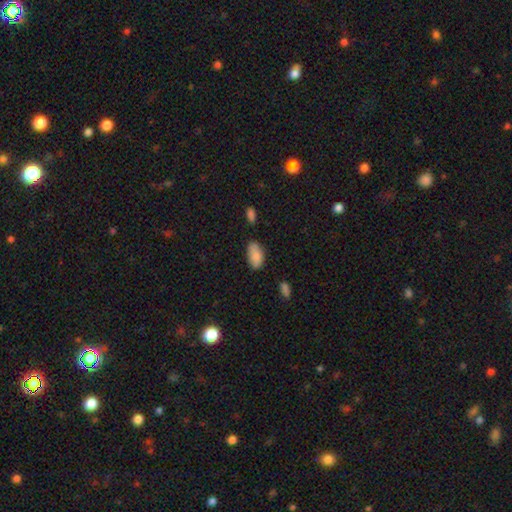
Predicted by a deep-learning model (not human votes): Smooth or featured?
  - smooth: 86% *
  - star or artifact: 7%
  - featured or disk: 7%
How rounded?
  - in between: 94% *
  - cigar-shaped: 4%
  - round: 3%
Merging?
  - none: 71% *
  - minor disturbance: 21%
  - major disturbance: 4%
  - merger: 4%